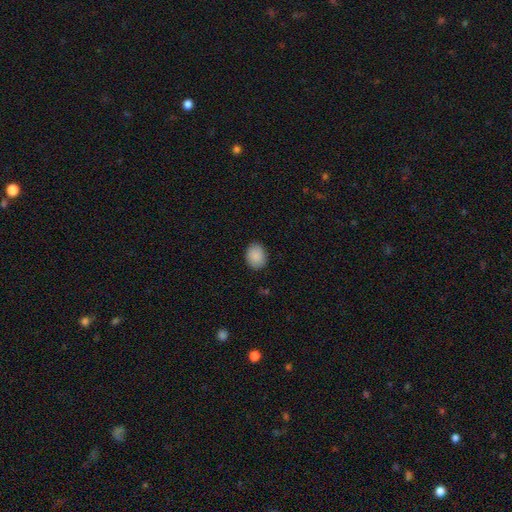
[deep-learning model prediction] The model was most divided on "how rounded": in between: 56%, round: 43%, cigar-shaped: 1%. More confident: smooth or featured — smooth (89%); merging — none (88%).